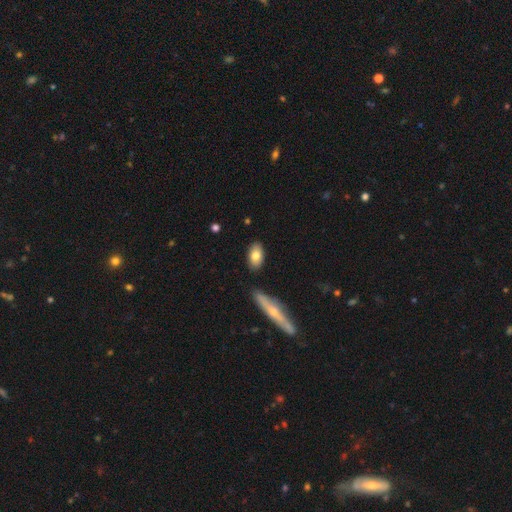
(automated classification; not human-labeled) A smooth galaxy with no disk features (77%) that is in between round and cigar-shaped (91%).

Vote fractions:
- Smooth or featured? smooth: 77% / featured or disk: 17% / star or artifact: 6%
- How rounded? in between: 91% / cigar-shaped: 5% / round: 4%
- Merging? none: 85% / minor disturbance: 10% / merger: 3% / major disturbance: 2%